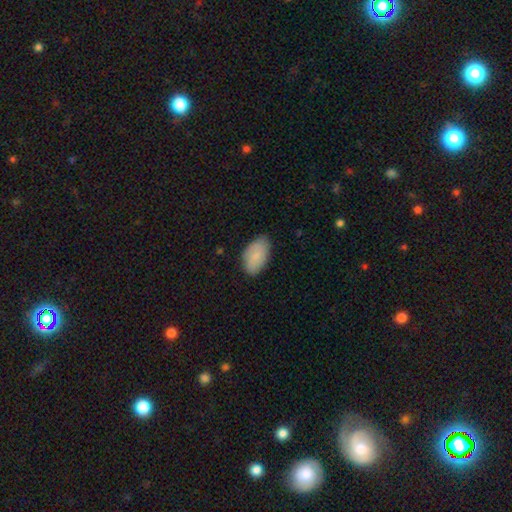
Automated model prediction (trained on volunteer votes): This appears to be a smooth galaxy with no disk features (78%) that is in between round and cigar-shaped (94%). Merging: none (77%).